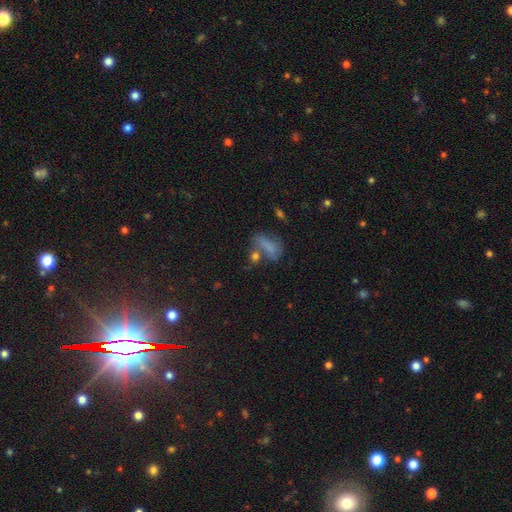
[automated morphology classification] Overall: smooth (62%; star or artifact 22%). How rounded: in between (58%; cigar-shaped 22%). Merging: none (47%; merger 24%).